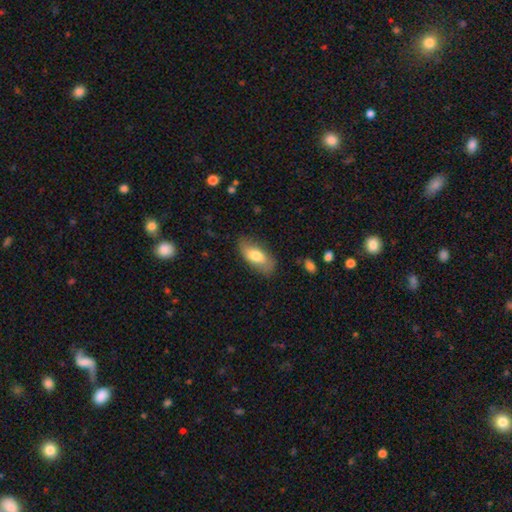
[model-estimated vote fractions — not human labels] This appears to be a smooth galaxy with no disk features (71%) that is in between round and cigar-shaped (85%). Merging: none (77%).